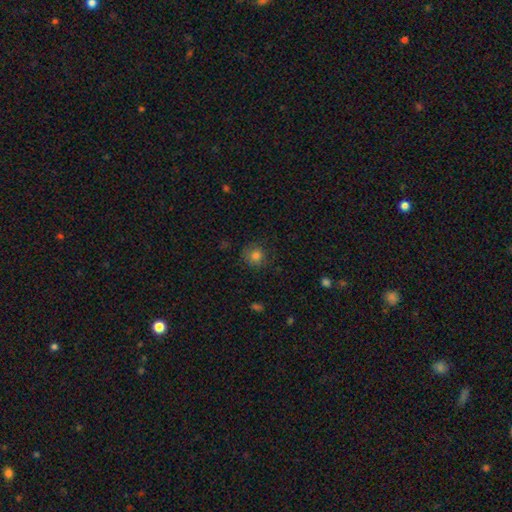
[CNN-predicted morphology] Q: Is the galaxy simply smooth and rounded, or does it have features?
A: smooth — 81%.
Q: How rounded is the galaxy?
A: round — 89%.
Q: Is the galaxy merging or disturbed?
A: none — 80%.